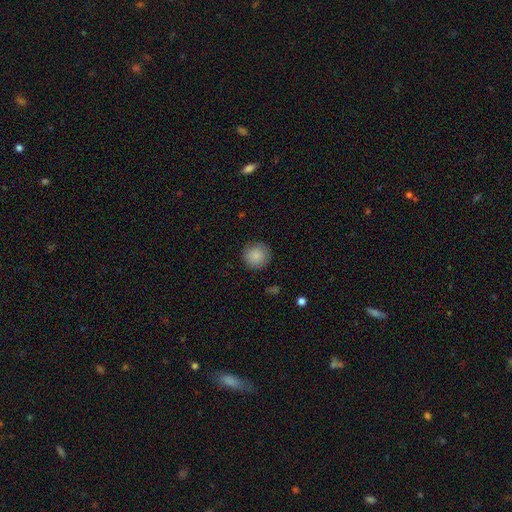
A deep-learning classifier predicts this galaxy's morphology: Smooth or featured? smooth (87%)
How rounded? round (94%)
Merging? none (88%)